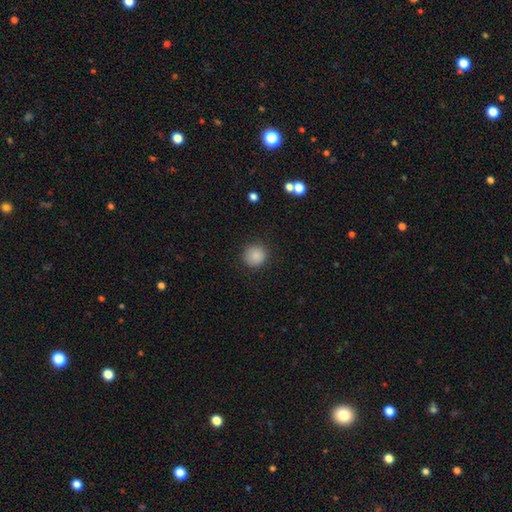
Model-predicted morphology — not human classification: This is clearly a smooth galaxy (87%). How rounded: clearly round (93%). Merging: clearly none (88%).